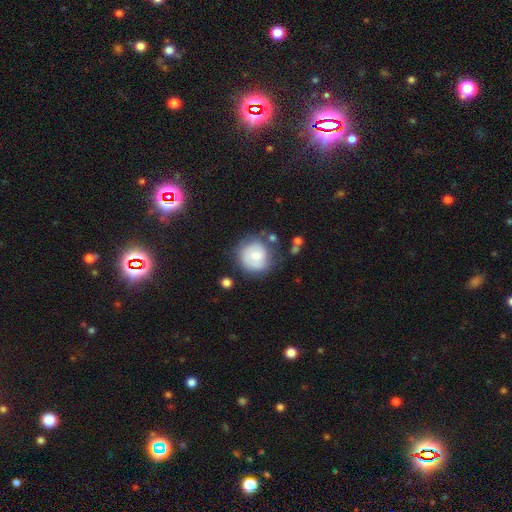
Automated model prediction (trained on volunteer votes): Smooth or featured? Predicted: smooth (p=0.63). How rounded? Predicted: round (p=0.87). Merging? Predicted: none (p=0.65).